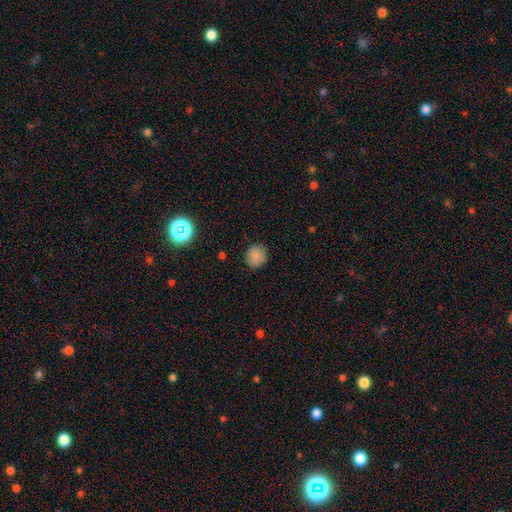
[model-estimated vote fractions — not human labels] Smooth or featured?
  - smooth: 84% *
  - star or artifact: 11%
  - featured or disk: 5%
How rounded?
  - round: 82% *
  - in between: 17%
  - cigar-shaped: 1%
Merging?
  - none: 86% *
  - minor disturbance: 10%
  - major disturbance: 3%
  - merger: 1%